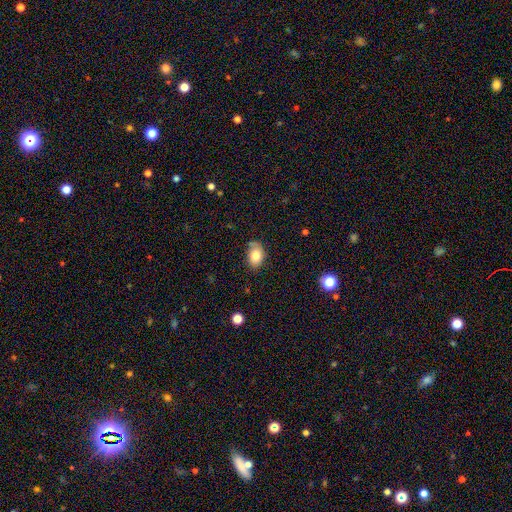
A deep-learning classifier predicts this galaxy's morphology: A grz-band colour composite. It shows a smooth galaxy with no disk features (78%) that is in between round and cigar-shaped (81%). Merging: none (64%).